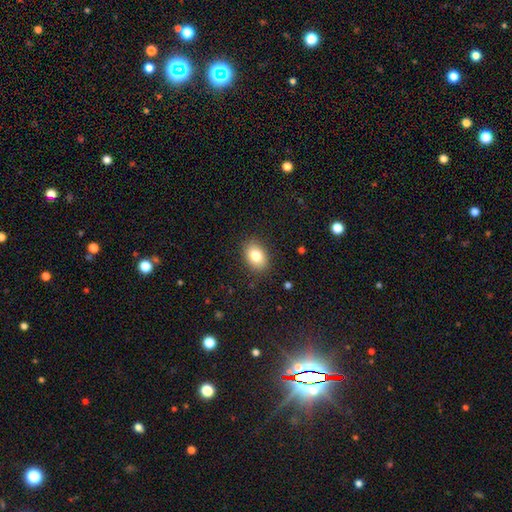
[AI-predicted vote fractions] This is clearly a smooth galaxy (82%). How rounded: clearly in between (80%). Merging: clearly none (87%).